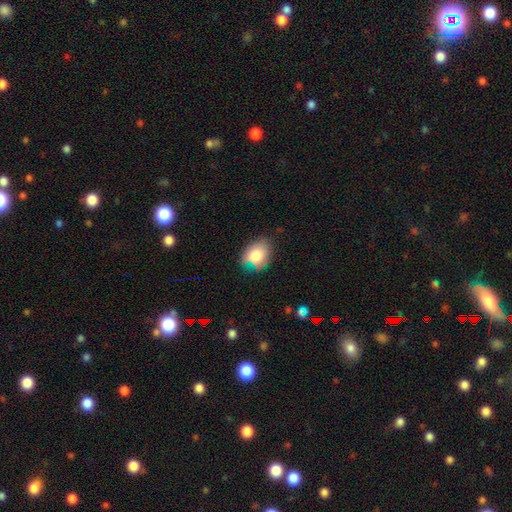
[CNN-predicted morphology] Smooth or featured: smooth — 78% (featured or disk — 14%)
How rounded: in between — 67% (round — 32%)
Merging: none — 66% (minor disturbance — 26%)